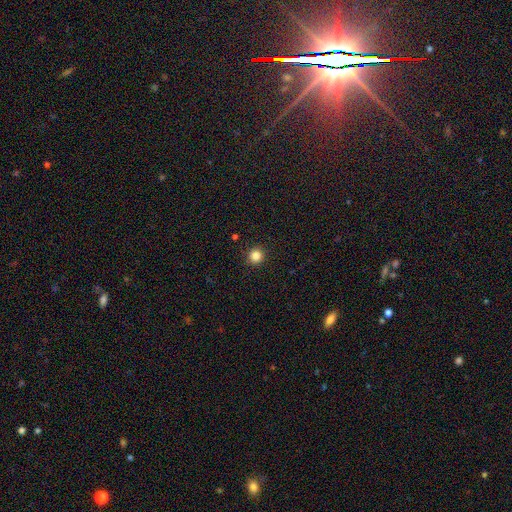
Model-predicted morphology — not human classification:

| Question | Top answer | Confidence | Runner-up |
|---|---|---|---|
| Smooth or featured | smooth | 85% | star or artifact (12%) |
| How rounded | round | 94% | in between (5%) |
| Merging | none | 93% | minor disturbance (5%) |